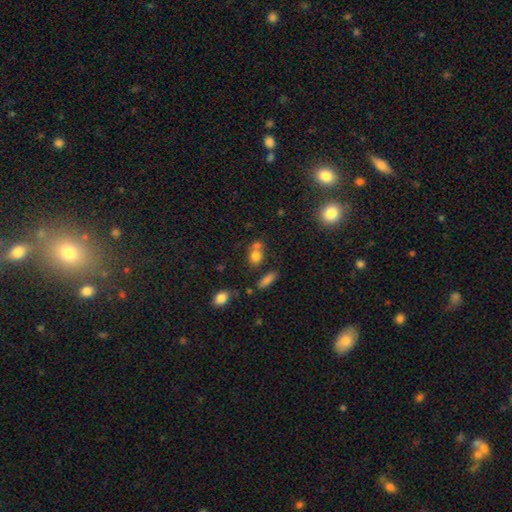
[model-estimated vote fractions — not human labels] Smooth or featured? Predicted: smooth (p=0.76). How rounded? Predicted: round (p=0.59). Merging? Predicted: merger (p=0.44).